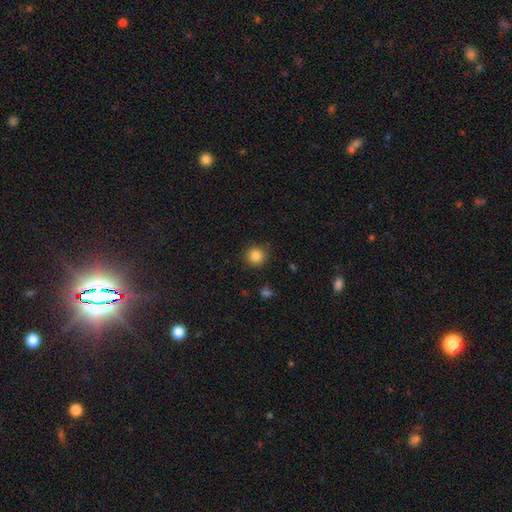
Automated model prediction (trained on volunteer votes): Smooth or featured? Predicted: smooth (p=0.85). How rounded? Predicted: round (p=0.94). Merging? Predicted: none (p=0.89).